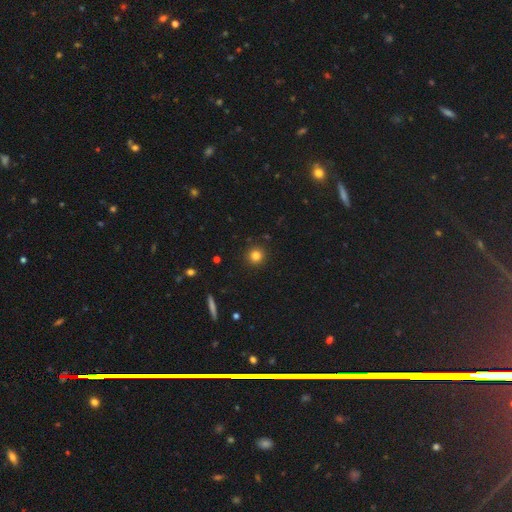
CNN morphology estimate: Q: Smooth or featured?
A: smooth (82%); runner-up: star or artifact (13%)
Q: How rounded?
A: round (94%); runner-up: in between (5%)
Q: Merging?
A: none (92%); runner-up: minor disturbance (5%)